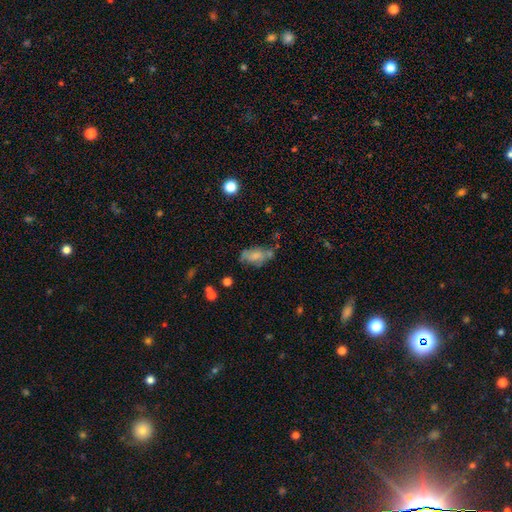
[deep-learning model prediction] smooth-or-featured: smooth: 61% | featured or disk: 28% | star or artifact: 11%
  how-rounded: in between: 88% | cigar-shaped: 6% | round: 6%
  merging: none: 44% | minor disturbance: 27% | merger: 15% | major disturbance: 14%